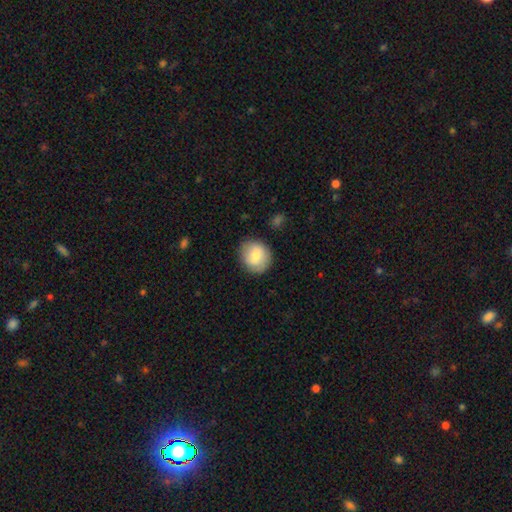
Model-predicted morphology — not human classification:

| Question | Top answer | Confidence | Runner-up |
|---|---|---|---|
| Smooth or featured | smooth | 78% | featured or disk (15%) |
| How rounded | round | 75% | in between (24%) |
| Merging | none | 84% | minor disturbance (12%) |